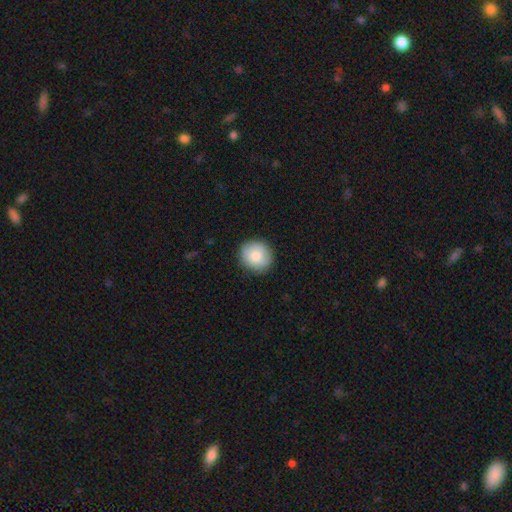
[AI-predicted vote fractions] Morphology: type=smooth (81%); roundness=round (87%); merging=none (88%).